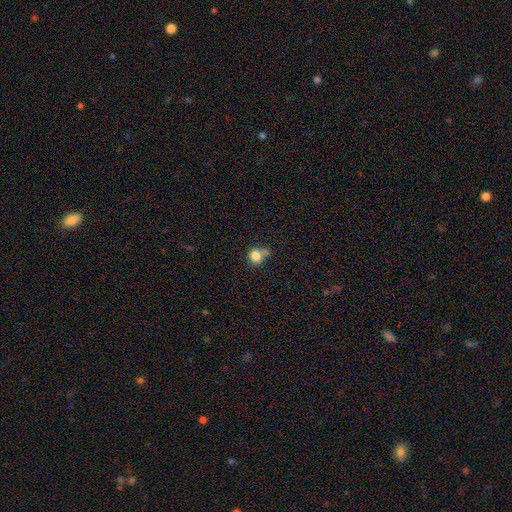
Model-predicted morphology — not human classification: Overall: smooth (82%). How rounded: round (73%). Merging: none (46%; merger 23%).